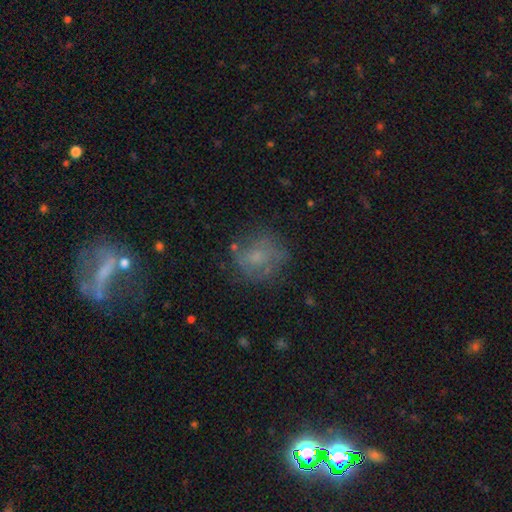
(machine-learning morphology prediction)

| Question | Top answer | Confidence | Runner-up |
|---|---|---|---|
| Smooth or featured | smooth | 43% | featured or disk (35%) |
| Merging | none | 69% | minor disturbance (17%) |